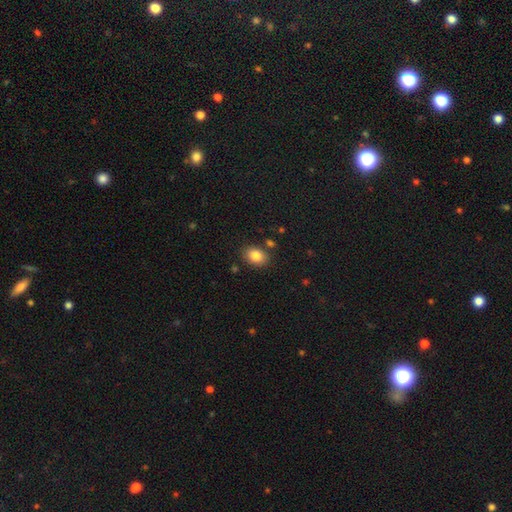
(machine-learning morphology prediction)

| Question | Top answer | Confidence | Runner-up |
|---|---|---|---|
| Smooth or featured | smooth | 85% | star or artifact (9%) |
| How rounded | in between | 68% | round (31%) |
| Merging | none | 82% | minor disturbance (11%) |